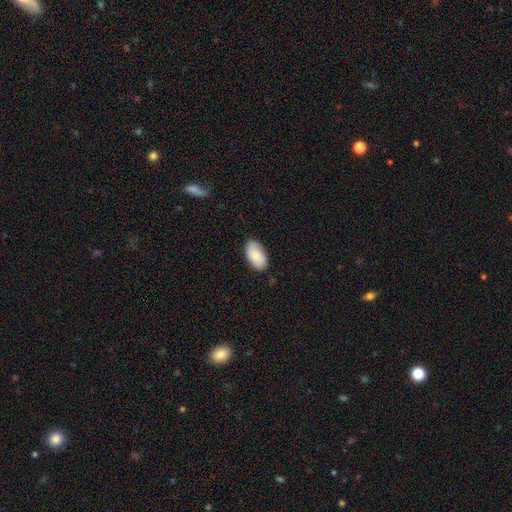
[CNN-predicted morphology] Smooth or featured? Predicted: smooth (p=0.84). How rounded? Predicted: in between (p=0.95). Merging? Predicted: none (p=0.82).